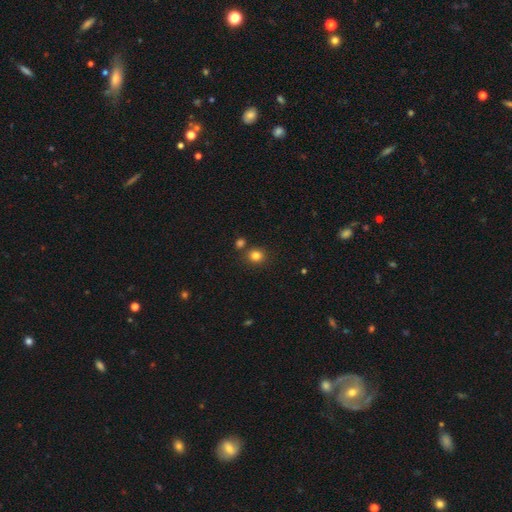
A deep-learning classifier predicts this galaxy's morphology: Smooth or featured? smooth (82%)
How rounded? round (80%)
Merging? none (77%)